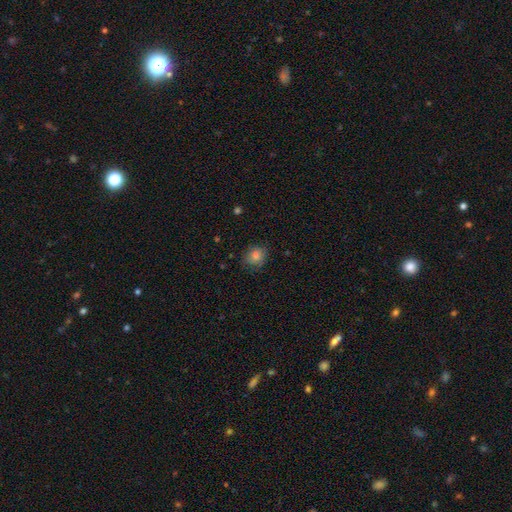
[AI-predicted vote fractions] Smooth or featured? smooth (81%)
How rounded? round (70%)
Merging? none (80%)